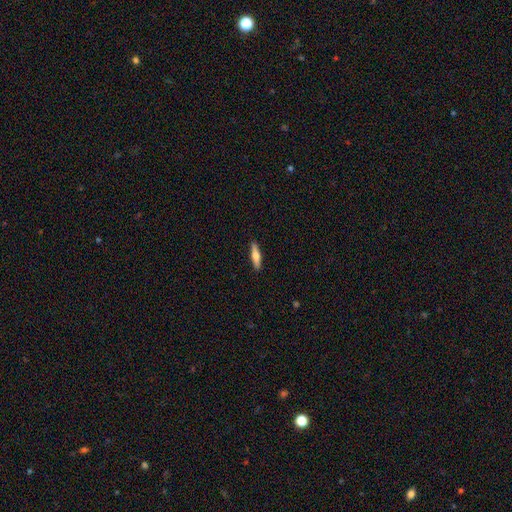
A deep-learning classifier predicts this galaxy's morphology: The model was most divided on "smooth or featured": smooth: 60%, featured or disk: 34%, star or artifact: 6%. More confident: merging — none (90%); how rounded — cigar-shaped (76%).